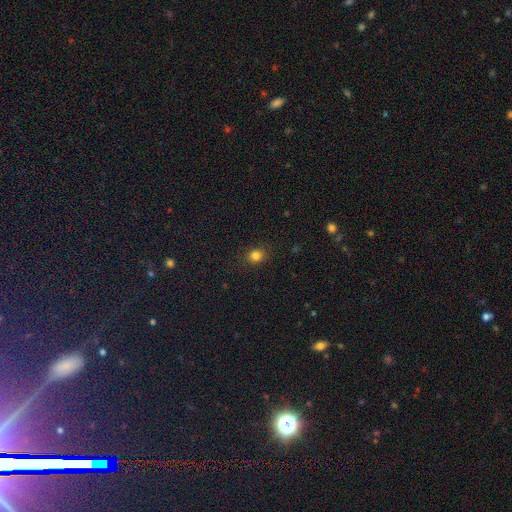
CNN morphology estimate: smooth 82%, star or artifact 13%, featured or disk 5%. Down the decision tree: how rounded — round (77%); merging — none (89%).